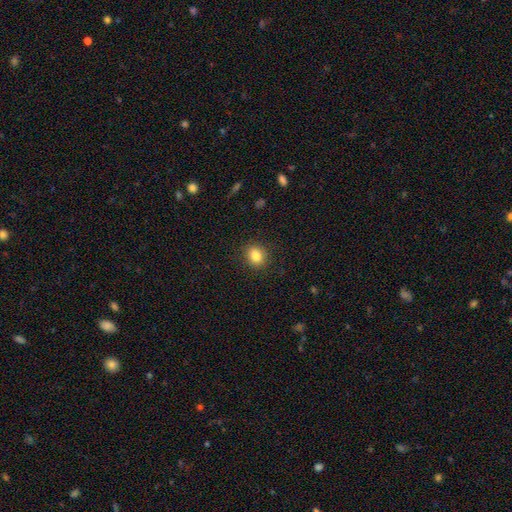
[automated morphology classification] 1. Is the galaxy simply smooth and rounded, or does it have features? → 83% smooth, 11% star or artifact, 6% featured or disk.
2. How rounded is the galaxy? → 62% round, 37% in between, 1% cigar-shaped.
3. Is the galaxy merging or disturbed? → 89% none, 7% minor disturbance, 2% major disturbance, 1% merger.